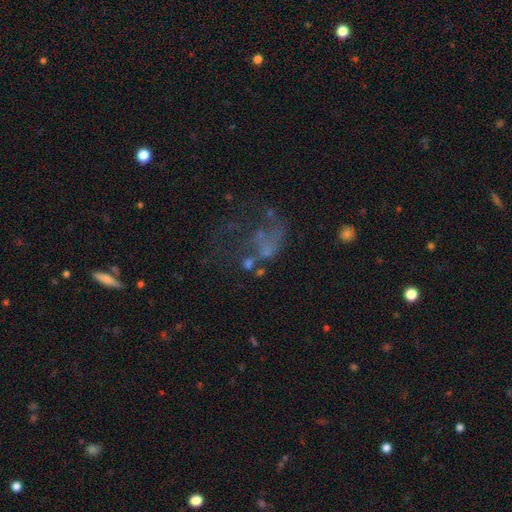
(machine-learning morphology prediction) Overall: featured or disk (47%; star or artifact 29%). Merging: major disturbance (41%; none 32%).